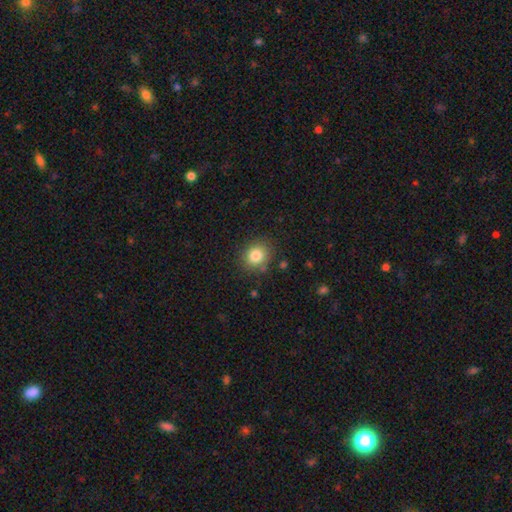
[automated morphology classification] A smooth galaxy with no disk features (82%) that is round (69%).

Vote fractions:
- Smooth or featured? smooth: 82% / star or artifact: 11% / featured or disk: 7%
- How rounded? round: 69% / in between: 30% / cigar-shaped: 1%
- Merging? none: 85% / minor disturbance: 10% / major disturbance: 3% / merger: 2%